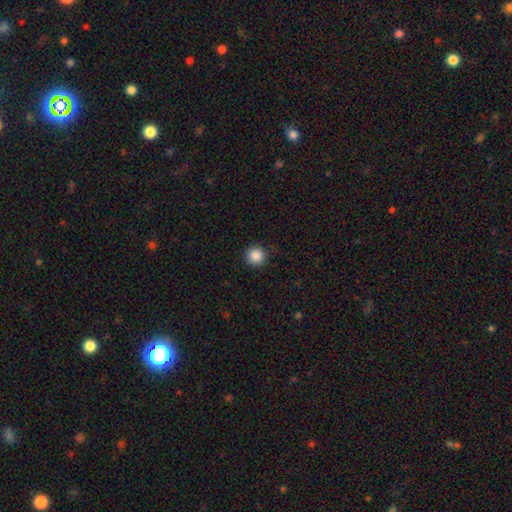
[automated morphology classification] This appears to be a smooth galaxy with no disk features (88%) that is round (95%). Merging: none (90%).